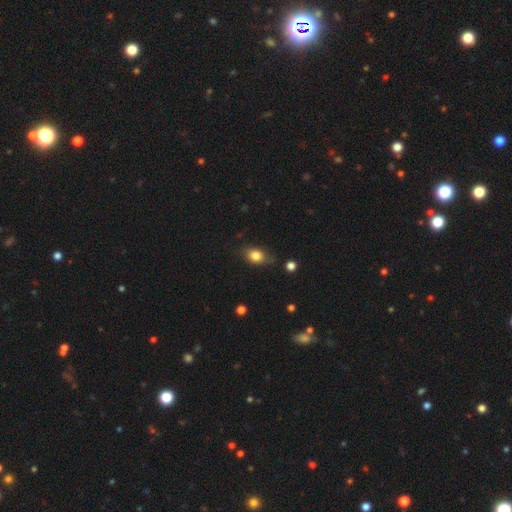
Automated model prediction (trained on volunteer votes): A smooth galaxy with no disk features (81%) that is in between round and cigar-shaped (72%).

Vote fractions:
- Smooth or featured? smooth: 81% / featured or disk: 9% / star or artifact: 9%
- How rounded? in between: 72% / round: 26% / cigar-shaped: 2%
- Merging? none: 68% / minor disturbance: 24% / major disturbance: 6% / merger: 2%